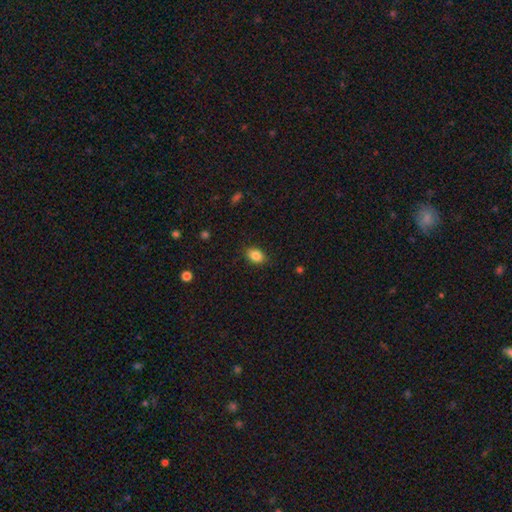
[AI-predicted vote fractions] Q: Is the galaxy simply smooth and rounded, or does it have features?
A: smooth — 85%.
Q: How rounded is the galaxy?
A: in between — 81%.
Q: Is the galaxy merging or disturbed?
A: none — 86%.